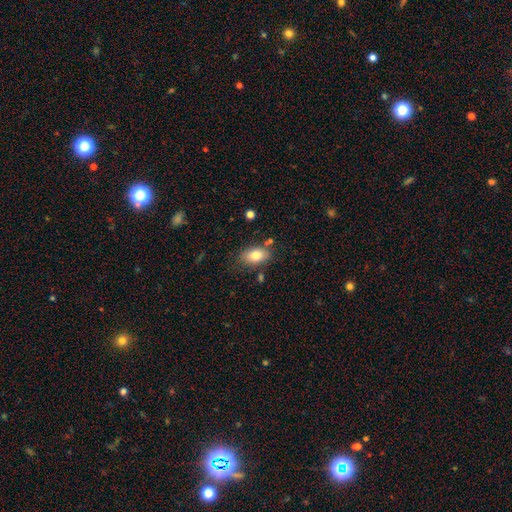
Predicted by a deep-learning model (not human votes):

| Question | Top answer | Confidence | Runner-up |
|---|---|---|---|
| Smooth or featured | smooth | 79% | featured or disk (12%) |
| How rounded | in between | 88% | round (10%) |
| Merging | none | 74% | minor disturbance (16%) |